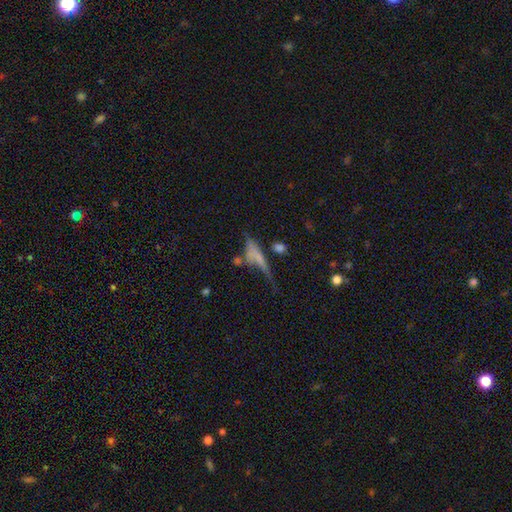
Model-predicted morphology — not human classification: Overall: smooth (54%; featured or disk 34%). How rounded: cigar-shaped (66%; in between 28%). Merging: none (33%; merger 28%).